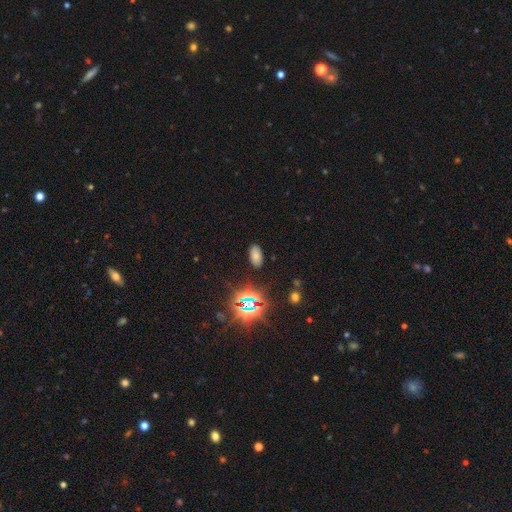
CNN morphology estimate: Smooth or featured?
  - smooth: 64% *
  - star or artifact: 27%
  - featured or disk: 9%
How rounded?
  - in between: 93% *
  - round: 4%
  - cigar-shaped: 3%
Merging?
  - none: 86% *
  - minor disturbance: 10%
  - major disturbance: 3%
  - merger: 1%